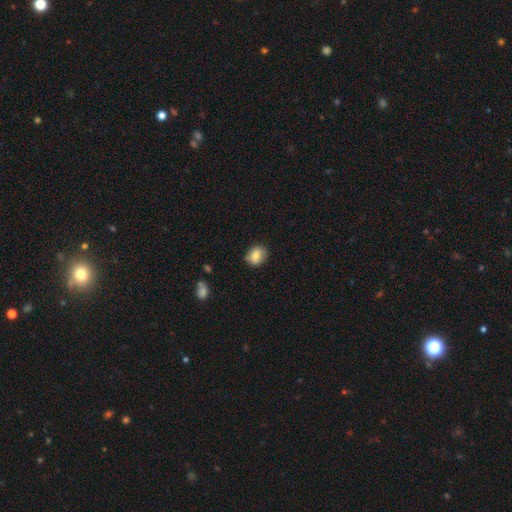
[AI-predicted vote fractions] Smooth or featured: smooth — 78% (featured or disk — 14%)
How rounded: round — 56% (in between — 42%)
Merging: none — 81% (minor disturbance — 14%)